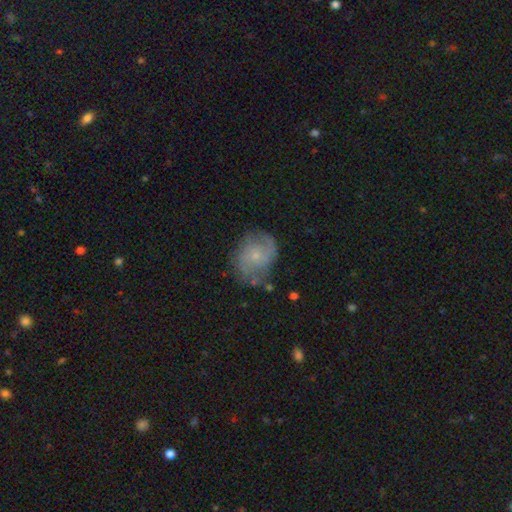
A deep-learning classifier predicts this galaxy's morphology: Smooth or featured? featured or disk (59%)
Edge-on disk? no (98%)
Bar? no (75%)
Spiral arms? yes (82%)
Bulge size? small (72%)
Merging? none (64%)